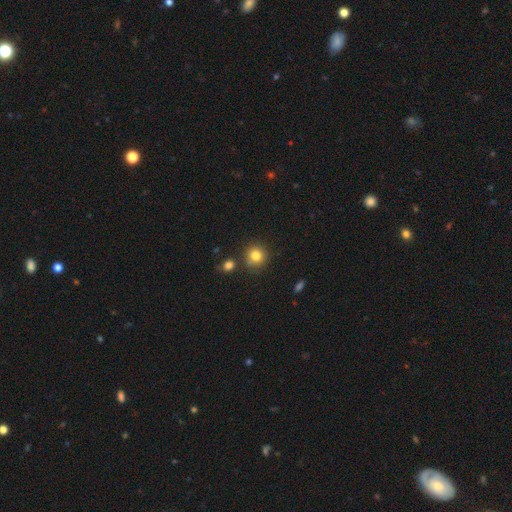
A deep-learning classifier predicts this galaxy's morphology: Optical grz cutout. It shows a smooth galaxy with no disk features (81%) that is round (91%). Merging: none (80%).